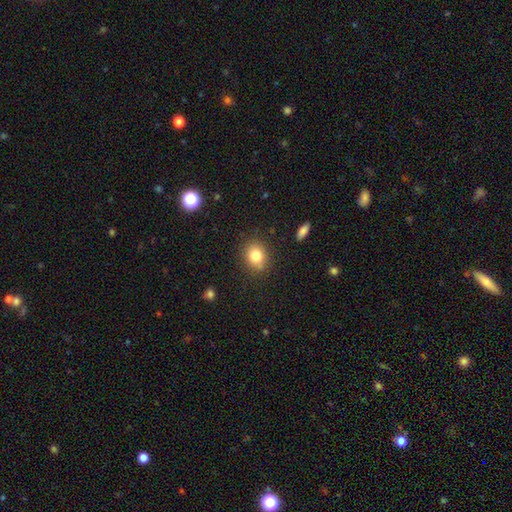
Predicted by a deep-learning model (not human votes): Smooth or featured? Predicted: smooth (p=0.81). How rounded? Predicted: round (p=0.57). Merging? Predicted: none (p=0.84).